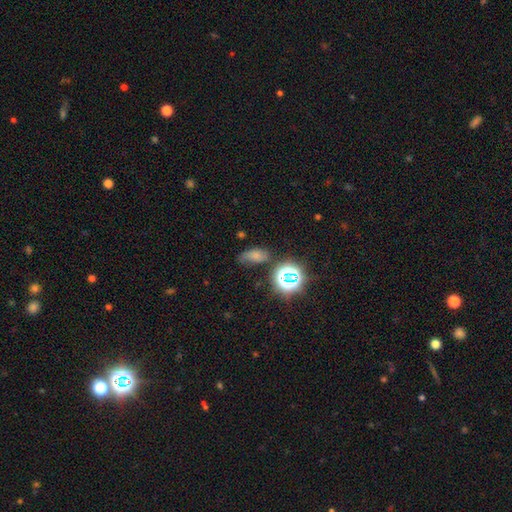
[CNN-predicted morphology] smooth_or_featured: smooth (p=0.58) [alt: star or artifact p=0.26]
how_rounded: in between (p=0.84) [alt: round p=0.11]
merging: none (p=0.50) [alt: minor disturbance p=0.31]